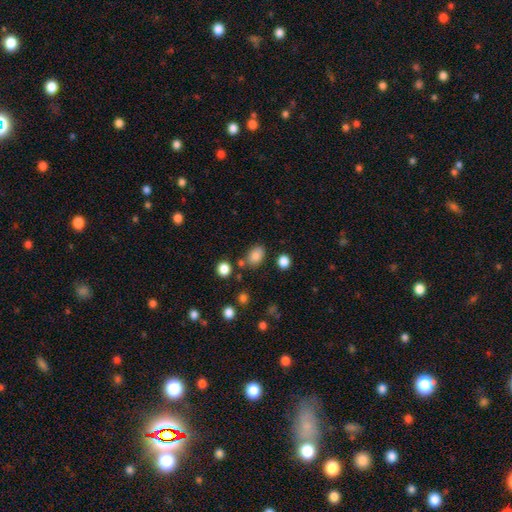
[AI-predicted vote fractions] Morphology: type=smooth (83%); roundness=in between (74%); merging=none (77%).